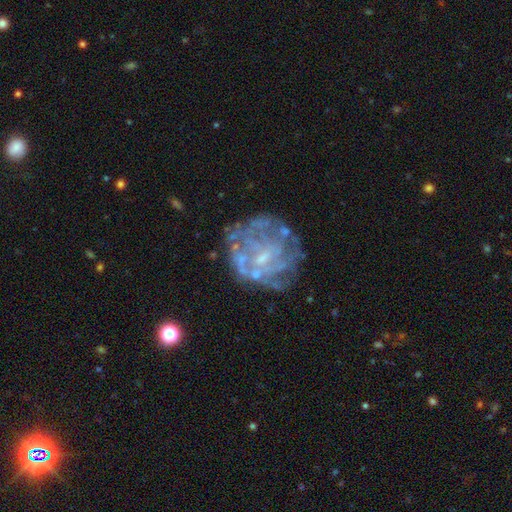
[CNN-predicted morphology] Smooth or featured?
  - featured or disk: 71% *
  - smooth: 15%
  - star or artifact: 14%
Edge-on disk?
  - no: 97% *
  - yes: 3%
Bar?
  - no: 64% *
  - weak: 27%
  - strong: 8%
Spiral arms?
  - no: 50% * (tied)
  - yes: 50% * (tied)
Bulge size?
  - small: 57% *
  - none: 25%
  - moderate: 16%
  - large: 1%
  - dominant: 1%
Merging?
  - none: 67% *
  - minor disturbance: 17%
  - major disturbance: 13%
  - merger: 3%